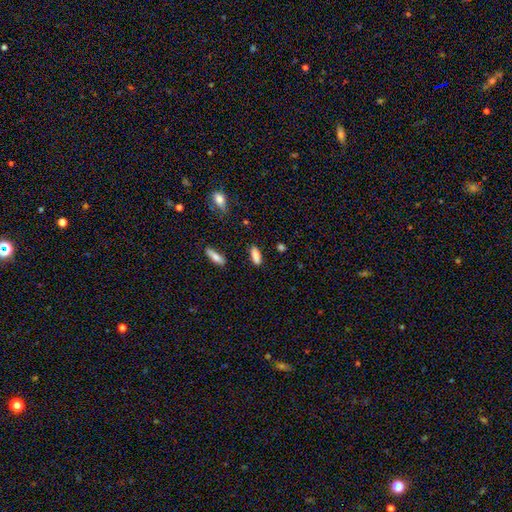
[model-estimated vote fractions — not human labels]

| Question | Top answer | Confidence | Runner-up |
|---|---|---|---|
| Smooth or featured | smooth | 85% | star or artifact (8%) |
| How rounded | in between | 74% | cigar-shaped (24%) |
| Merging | none | 83% | minor disturbance (12%) |